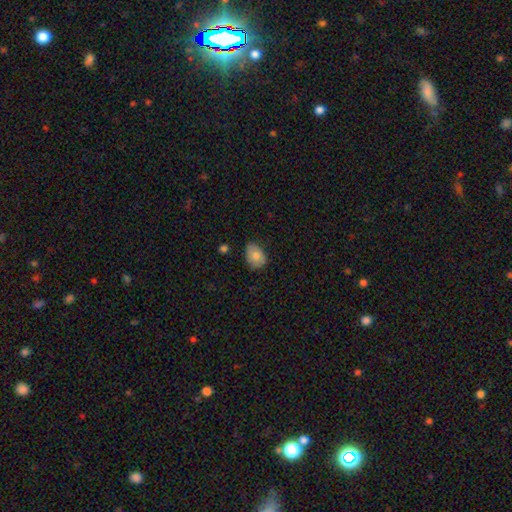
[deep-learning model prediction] Smooth or featured? smooth (80%)
How rounded? in between (77%)
Merging? none (67%)